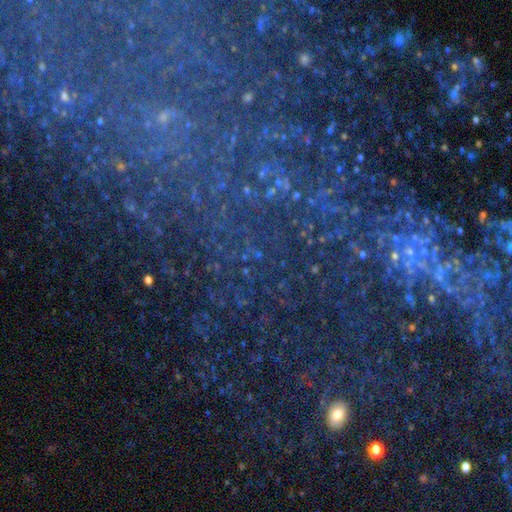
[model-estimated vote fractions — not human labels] Overall: star or artifact (77%).